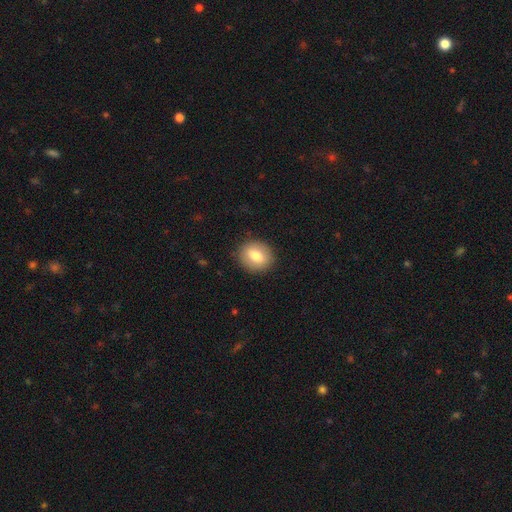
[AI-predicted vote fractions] This appears to be a smooth galaxy with no disk features (76%) that is round (60%). Merging: none (88%).